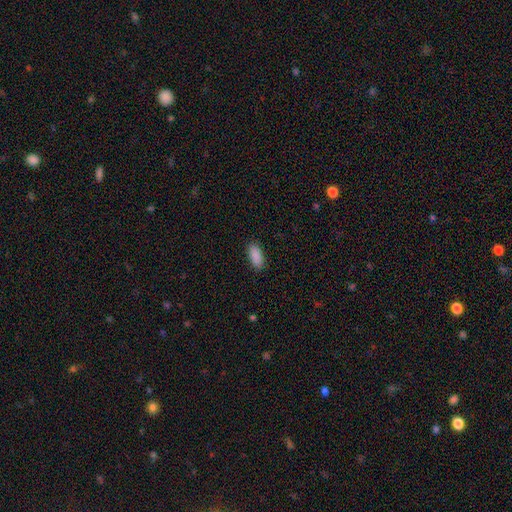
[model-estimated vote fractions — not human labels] This is clearly a smooth galaxy (90%). How rounded: clearly in between (87%). Merging: clearly none (89%).